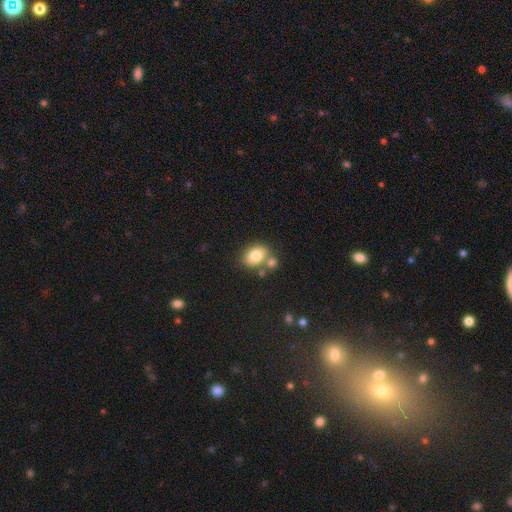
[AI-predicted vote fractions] Q: Smooth or featured?
A: smooth (80%); runner-up: featured or disk (11%)
Q: How rounded?
A: in between (65%); runner-up: round (34%)
Q: Merging?
A: none (59%); runner-up: merger (23%)